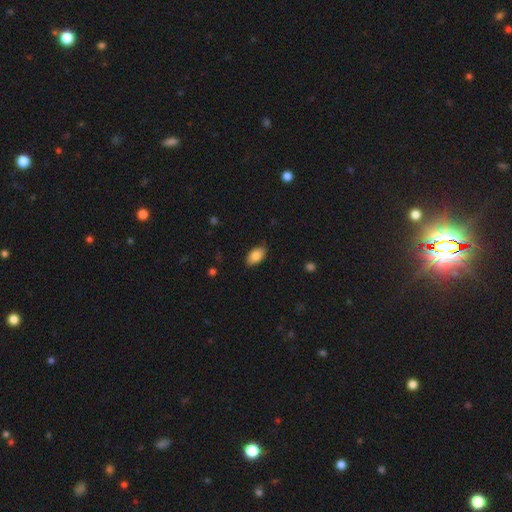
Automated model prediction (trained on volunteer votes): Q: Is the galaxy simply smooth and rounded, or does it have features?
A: smooth — 86%.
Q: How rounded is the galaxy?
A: in between — 93%.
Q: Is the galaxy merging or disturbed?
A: none — 85%.